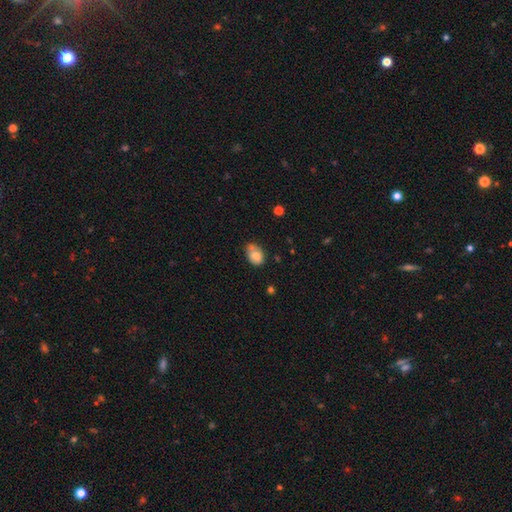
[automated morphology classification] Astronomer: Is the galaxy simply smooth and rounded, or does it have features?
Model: smooth — 74%.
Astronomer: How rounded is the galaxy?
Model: in between — 73%.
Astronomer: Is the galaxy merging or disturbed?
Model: none — 45% (runner-up: minor disturbance, 26%).